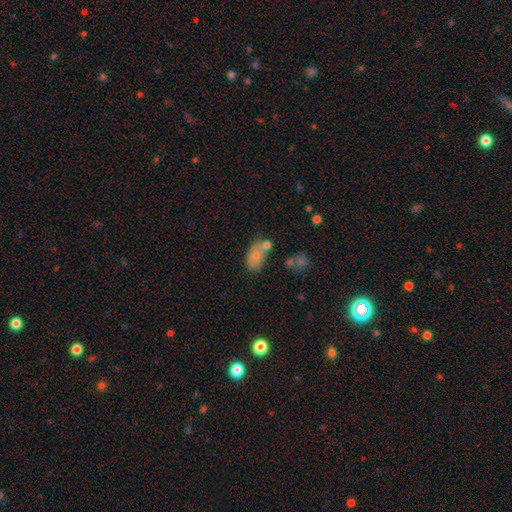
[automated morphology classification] smooth-or-featured: smooth: 69% | featured or disk: 22% | star or artifact: 9%
  how-rounded: in between: 88% | round: 10% | cigar-shaped: 2%
  merging: none: 39% | merger: 33% | minor disturbance: 20% | major disturbance: 8%